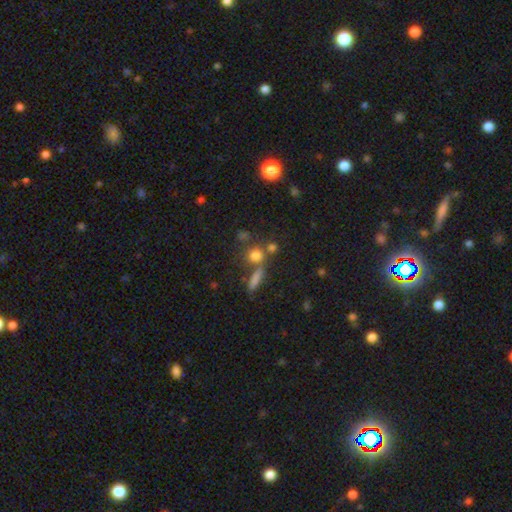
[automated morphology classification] type=smooth (73%); roundness=round (77%); merging=none (62%).